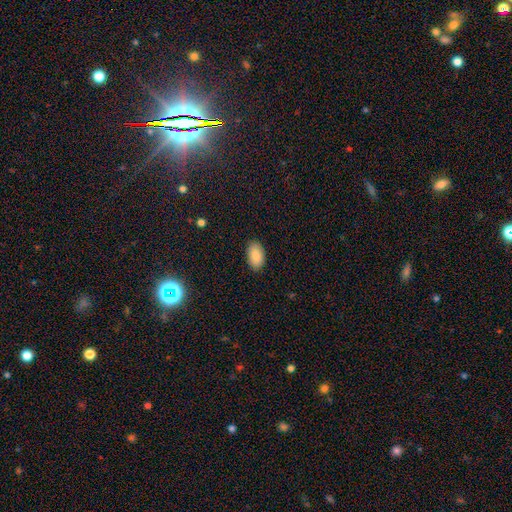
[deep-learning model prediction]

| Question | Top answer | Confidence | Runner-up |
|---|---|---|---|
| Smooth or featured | smooth | 87% | star or artifact (7%) |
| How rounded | in between | 94% | round (4%) |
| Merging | none | 88% | minor disturbance (9%) |